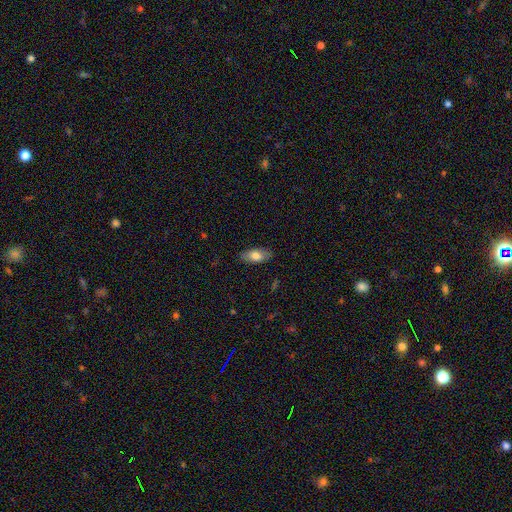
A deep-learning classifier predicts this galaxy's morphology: Q: Smooth or featured?
A: smooth (76%); runner-up: featured or disk (17%)
Q: How rounded?
A: in between (89%); runner-up: cigar-shaped (8%)
Q: Merging?
A: none (86%); runner-up: minor disturbance (11%)